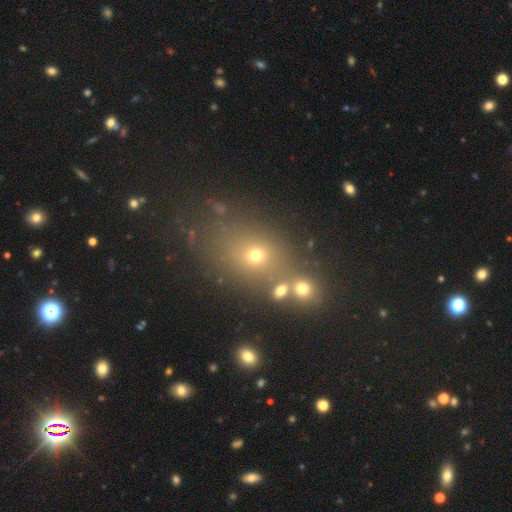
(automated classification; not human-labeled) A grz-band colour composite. It shows a smooth galaxy with no disk features (50%) that is in between round and cigar-shaped (50%). Merging: none (67%).